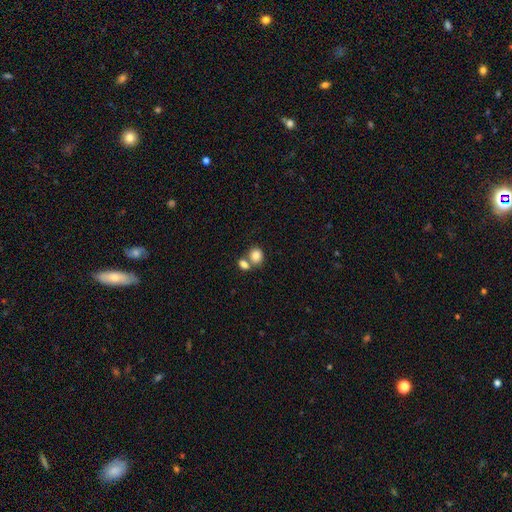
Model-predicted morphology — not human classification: type=smooth (84%); roundness=round (62%); merging=none (46%).